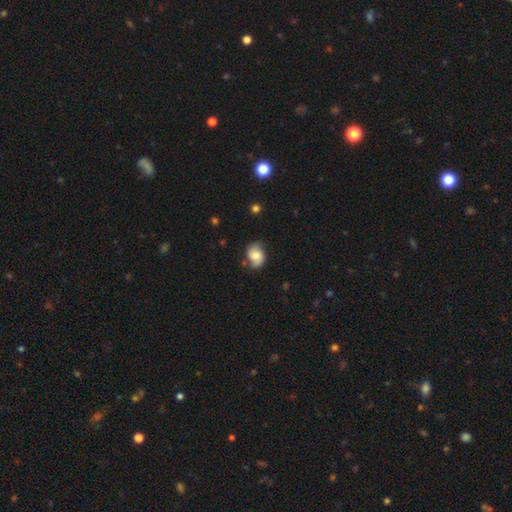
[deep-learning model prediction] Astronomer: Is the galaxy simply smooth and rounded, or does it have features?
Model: smooth — 63%.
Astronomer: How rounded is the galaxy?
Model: in between — 63%.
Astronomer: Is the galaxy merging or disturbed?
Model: none — 61%.